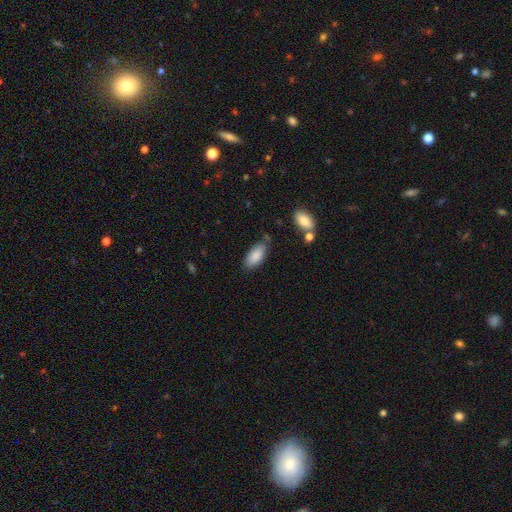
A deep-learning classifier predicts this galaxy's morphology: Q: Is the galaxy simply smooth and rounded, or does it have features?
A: smooth — 87%.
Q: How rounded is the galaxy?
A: in between — 88%.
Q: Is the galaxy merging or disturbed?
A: none — 71%.